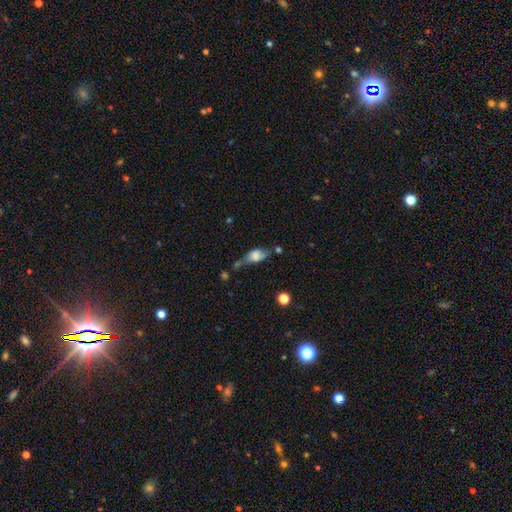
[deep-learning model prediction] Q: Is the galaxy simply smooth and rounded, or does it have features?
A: smooth — 59%.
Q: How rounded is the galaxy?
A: in between — 78%.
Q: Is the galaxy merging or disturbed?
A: none — 35%.